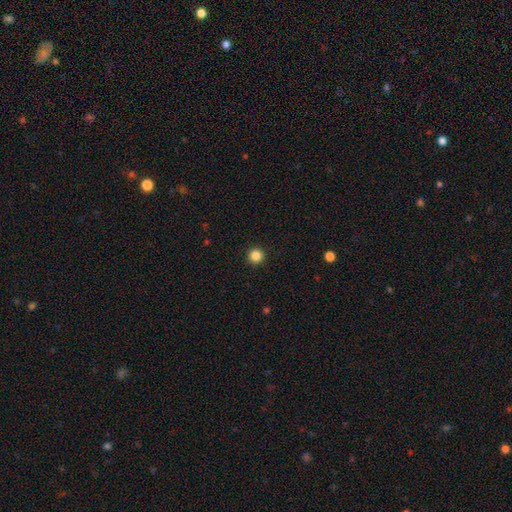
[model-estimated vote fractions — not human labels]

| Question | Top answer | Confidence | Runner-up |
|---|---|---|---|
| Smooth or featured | smooth | 84% | star or artifact (12%) |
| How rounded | round | 96% | in between (3%) |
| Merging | none | 94% | minor disturbance (4%) |